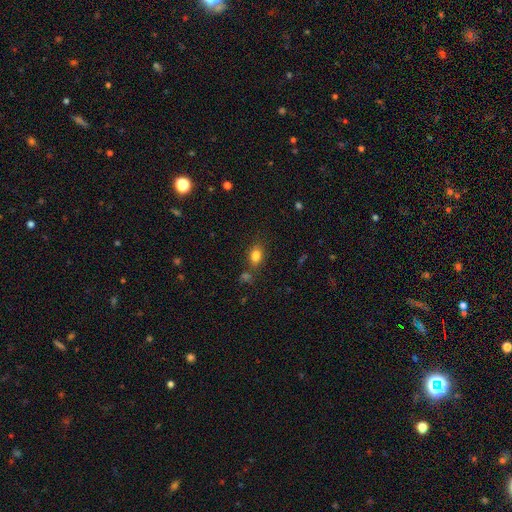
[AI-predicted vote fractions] Smooth or featured?
  - smooth: 82% *
  - star or artifact: 12%
  - featured or disk: 6%
How rounded?
  - in between: 75% *
  - round: 22%
  - cigar-shaped: 2%
Merging?
  - none: 71% *
  - minor disturbance: 14%
  - merger: 10%
  - major disturbance: 5%